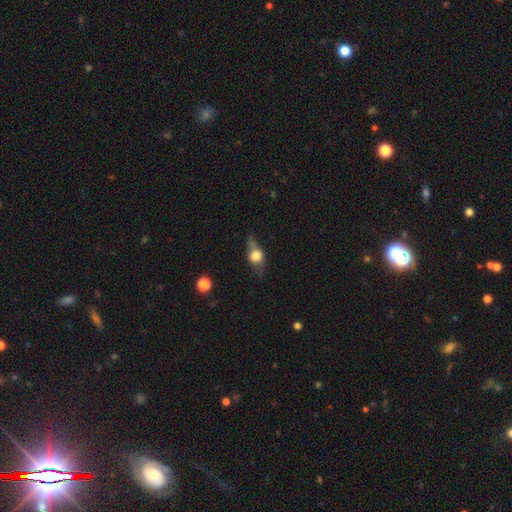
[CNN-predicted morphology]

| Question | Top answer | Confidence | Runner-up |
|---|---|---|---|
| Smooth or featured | smooth | 49% | featured or disk (42%) |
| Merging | none | 57% | minor disturbance (27%) |